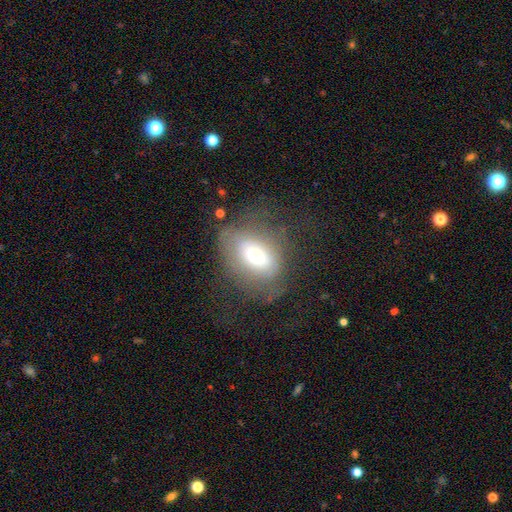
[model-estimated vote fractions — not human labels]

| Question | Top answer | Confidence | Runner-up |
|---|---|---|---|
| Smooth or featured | smooth | 53% | featured or disk (37%) |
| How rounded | in between | 70% | round (27%) |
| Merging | none | 49% | major disturbance (27%) |